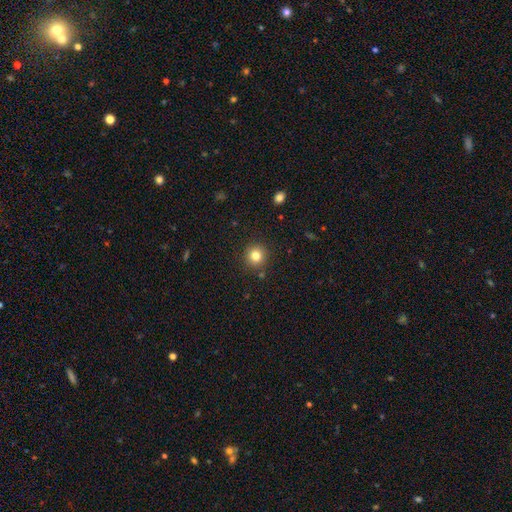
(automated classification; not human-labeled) Smooth or featured?
  - smooth: 81% *
  - star or artifact: 12%
  - featured or disk: 6%
How rounded?
  - round: 93% *
  - in between: 6%
  - cigar-shaped: 1%
Merging?
  - none: 89% *
  - minor disturbance: 6%
  - major disturbance: 2%
  - merger: 2%